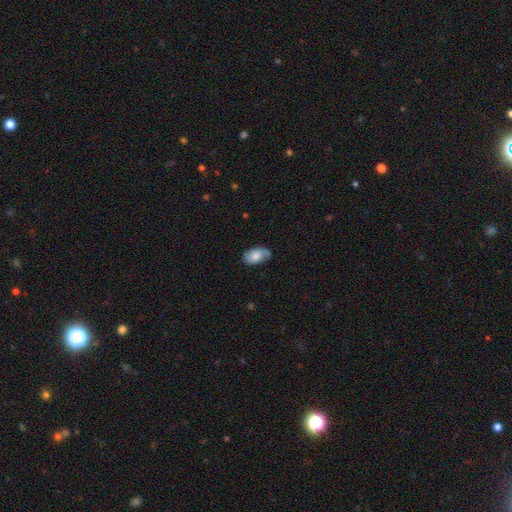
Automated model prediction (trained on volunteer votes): This appears to be a smooth galaxy with no disk features (55%) that is in between round and cigar-shaped (92%). Merging: none (70%).